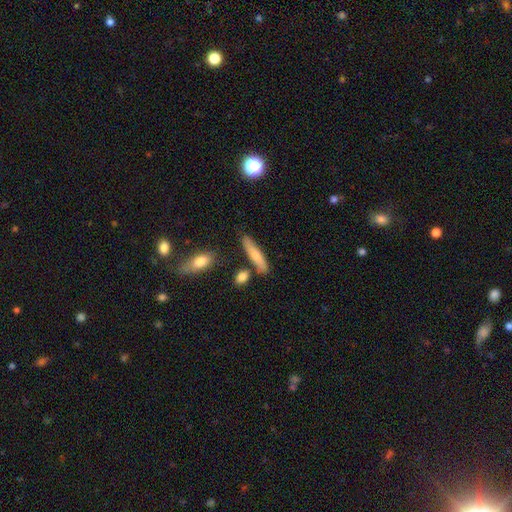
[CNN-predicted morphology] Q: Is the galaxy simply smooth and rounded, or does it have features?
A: smooth — 70%.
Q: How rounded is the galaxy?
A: cigar-shaped — 78%.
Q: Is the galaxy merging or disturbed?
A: none — 75%.